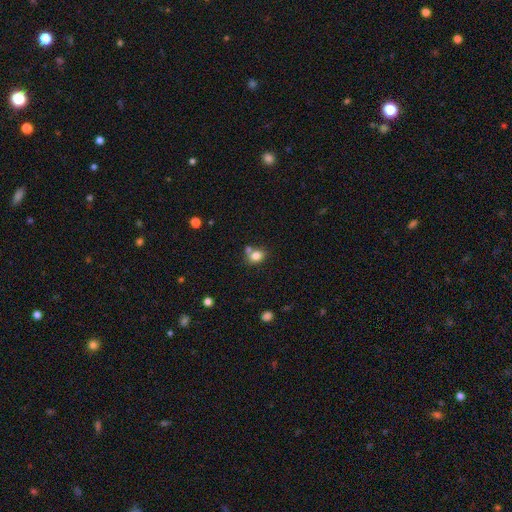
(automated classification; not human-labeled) smooth-or-featured: smooth: 81% | star or artifact: 11% | featured or disk: 9%
  how-rounded: round: 50% | in between: 49% | cigar-shaped: 1%
  merging: none: 56% | merger: 28% | minor disturbance: 12% | major disturbance: 4%